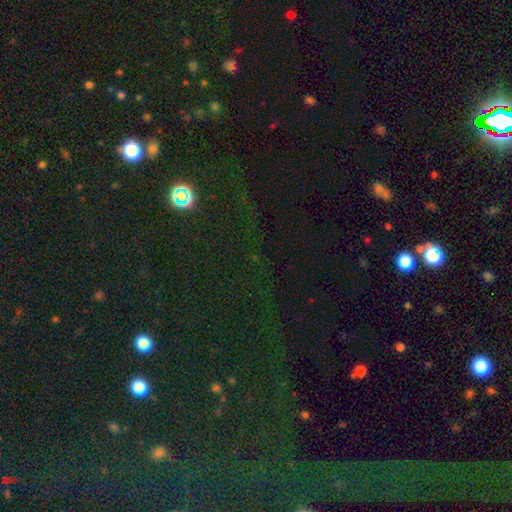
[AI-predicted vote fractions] The model was most divided on "smooth or featured": star or artifact: 70%, smooth: 22%, featured or disk: 8%.